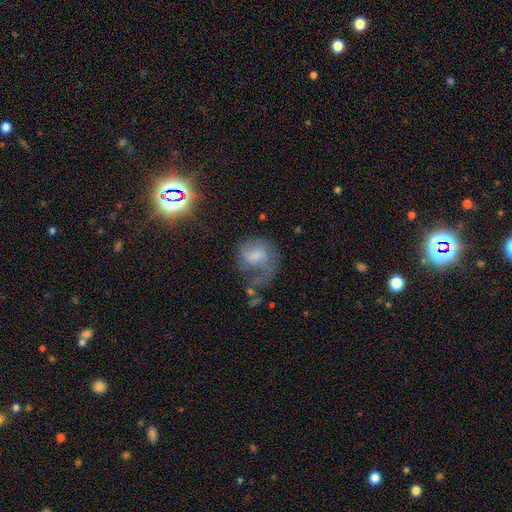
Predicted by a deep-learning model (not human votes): Q: Smooth or featured?
A: featured or disk (48%); runner-up: smooth (41%)
Q: Merging?
A: major disturbance (43%); runner-up: none (31%)